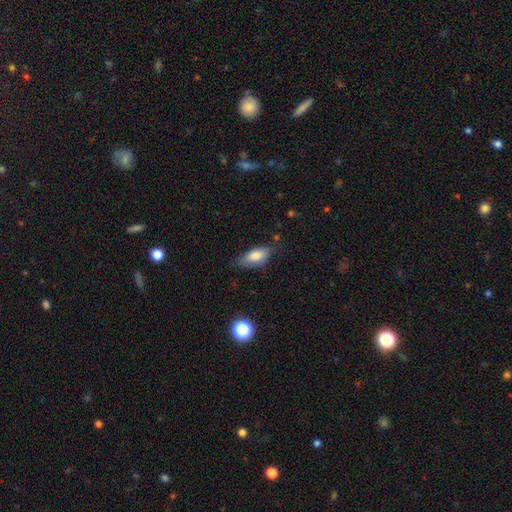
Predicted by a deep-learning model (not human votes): A smooth galaxy with no disk features (79%) that is in between round and cigar-shaped (84%).

Vote fractions:
- Smooth or featured? smooth: 79% / featured or disk: 14% / star or artifact: 7%
- How rounded? in between: 84% / cigar-shaped: 13% / round: 3%
- Merging? none: 64% / minor disturbance: 27% / major disturbance: 6% / merger: 2%